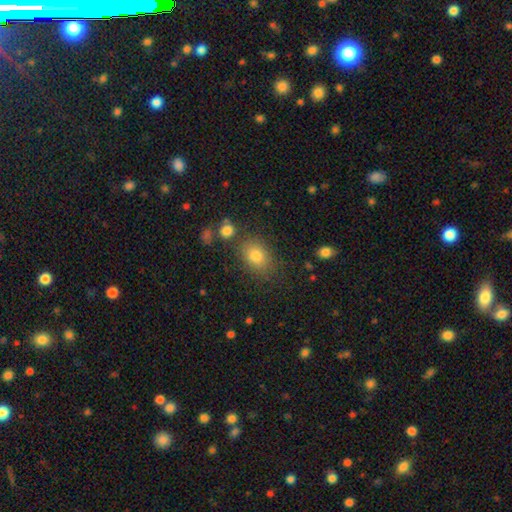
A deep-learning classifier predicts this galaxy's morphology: A smooth galaxy with no disk features (81%) that is in between round and cigar-shaped (64%). Merging: none (78%).